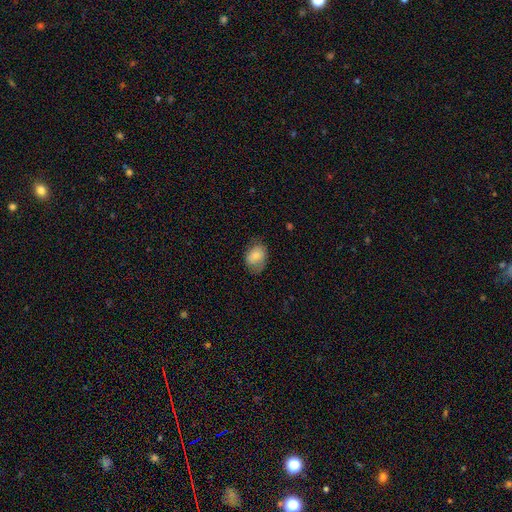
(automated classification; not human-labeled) Q: Smooth or featured?
A: smooth (75%); runner-up: featured or disk (18%)
Q: How rounded?
A: in between (71%); runner-up: round (28%)
Q: Merging?
A: none (62%); runner-up: minor disturbance (27%)